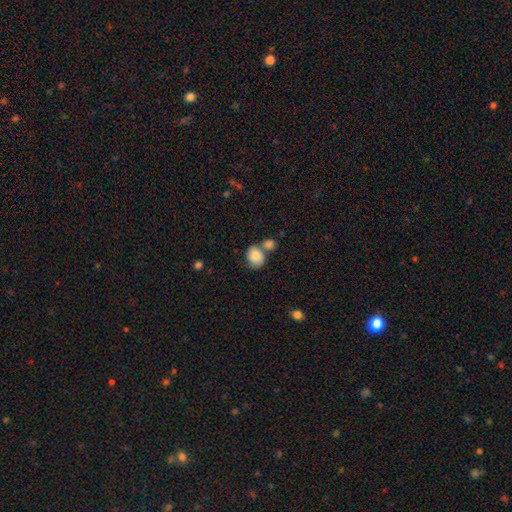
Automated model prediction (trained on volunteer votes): The model was most divided on "merging": merger: 43%, none: 37%, minor disturbance: 14%, major disturbance: 6%. More confident: smooth or featured — smooth (82%); how rounded — round (63%).